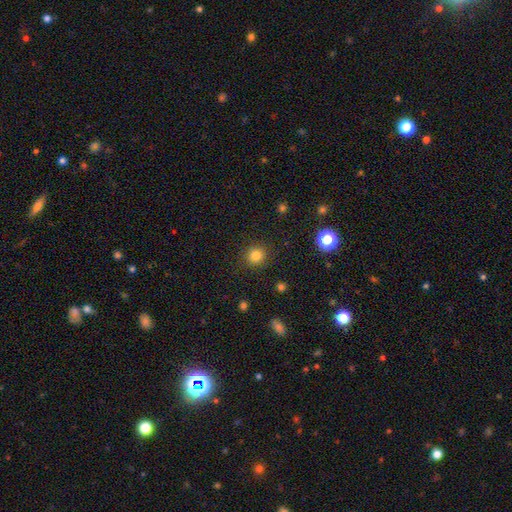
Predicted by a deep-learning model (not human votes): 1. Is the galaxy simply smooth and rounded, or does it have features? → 82% smooth, 13% star or artifact, 5% featured or disk.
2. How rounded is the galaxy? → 90% round, 9% in between, 1% cigar-shaped.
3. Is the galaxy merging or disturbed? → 89% none, 7% minor disturbance, 3% major disturbance, 1% merger.